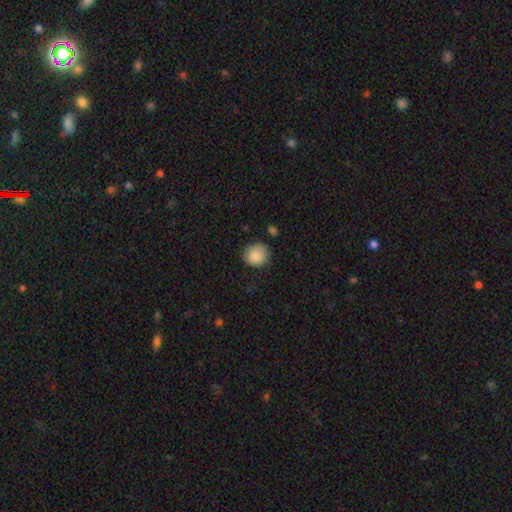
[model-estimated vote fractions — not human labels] Smooth or featured: smooth — 87% (star or artifact — 8%)
How rounded: round — 84% (in between — 15%)
Merging: none — 79% (minor disturbance — 16%)